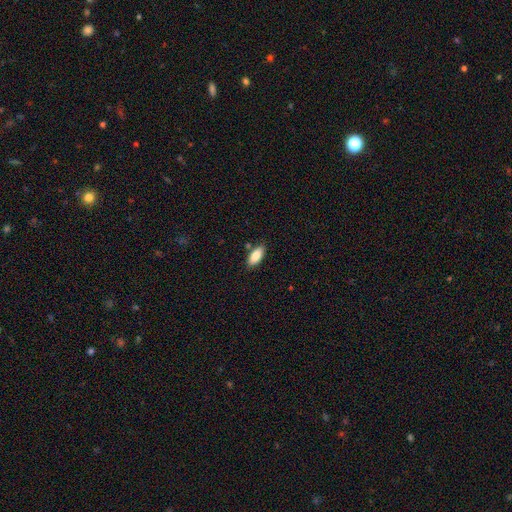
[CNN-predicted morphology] Smooth or featured?
  - smooth: 86% *
  - featured or disk: 8%
  - star or artifact: 7%
How rounded?
  - in between: 86% *
  - cigar-shaped: 12%
  - round: 2%
Merging?
  - none: 82% *
  - minor disturbance: 12%
  - merger: 4%
  - major disturbance: 2%